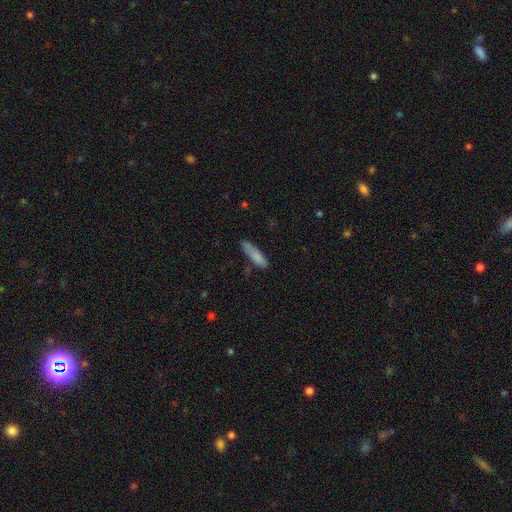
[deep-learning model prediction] A smooth galaxy with no disk features (82%) that is cigar-shaped (76%).

Vote fractions:
- Smooth or featured? smooth: 82% / featured or disk: 11% / star or artifact: 6%
- How rounded? cigar-shaped: 76% / in between: 23% / round: 1%
- Merging? none: 70% / minor disturbance: 21% / major disturbance: 4% / merger: 4%